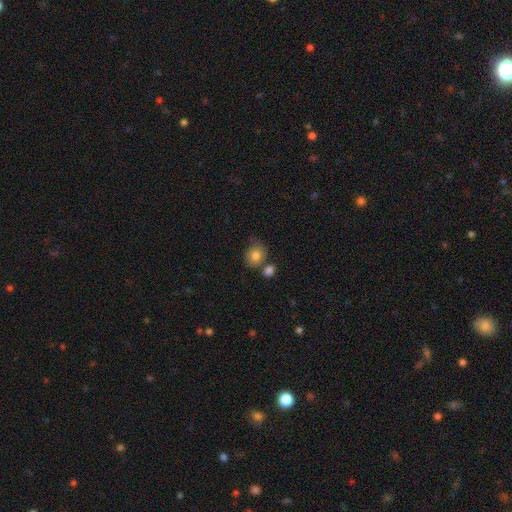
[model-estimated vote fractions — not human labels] smooth_or_featured: smooth (p=0.79) [alt: featured or disk p=0.11]
how_rounded: round (p=0.67) [alt: in between p=0.33]
merging: none (p=0.51) [alt: minor disturbance p=0.21]